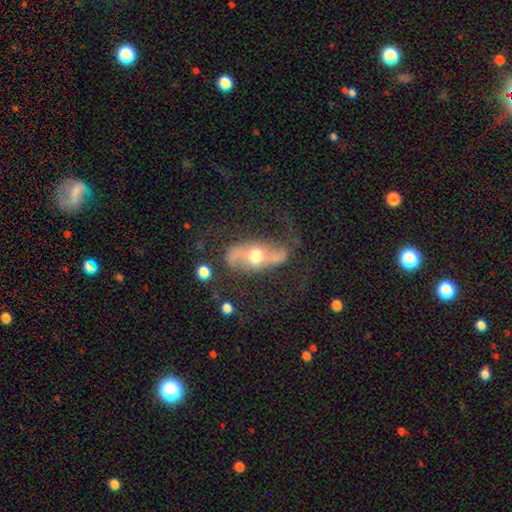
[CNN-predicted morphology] smooth-or-featured: featured or disk: 73% | smooth: 20% | star or artifact: 7%
  disk-edge-on: no: 89% | yes: 11%
    bar: no: 50% | weak: 28% | strong: 22%
    has-spiral-arms: yes: 77% | no: 23%
    bulge-size: moderate: 72% | large: 16% | small: 9% | dominant: 2% | none: 1%
  merging: none: 52% | major disturbance: 23% | minor disturbance: 21% | merger: 4%